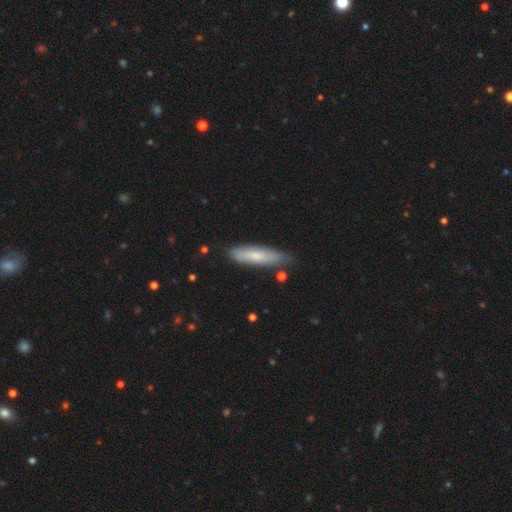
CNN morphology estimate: Smooth or featured? smooth (69%)
How rounded? cigar-shaped (67%)
Merging? none (77%)